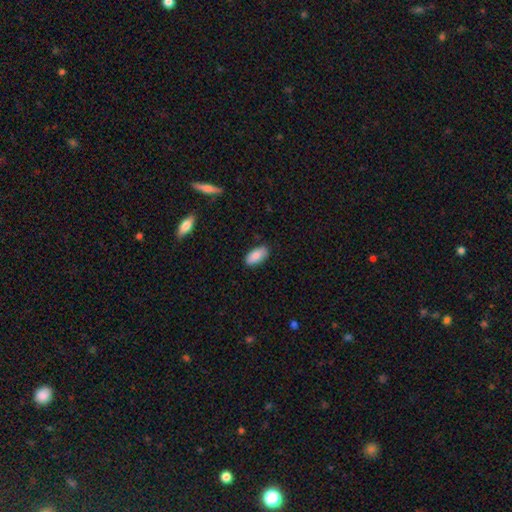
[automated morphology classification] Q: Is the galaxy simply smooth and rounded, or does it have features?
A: smooth — 87%.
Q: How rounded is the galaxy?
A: in between — 93%.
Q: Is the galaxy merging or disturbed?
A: none — 86%.